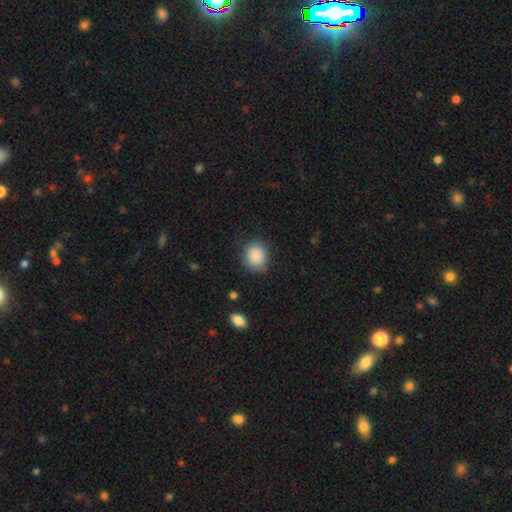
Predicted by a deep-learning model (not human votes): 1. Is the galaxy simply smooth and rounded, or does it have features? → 87% smooth, 8% star or artifact, 5% featured or disk.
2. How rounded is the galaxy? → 74% round, 25% in between, 1% cigar-shaped.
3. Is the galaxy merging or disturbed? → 80% none, 15% minor disturbance, 4% major disturbance, 1% merger.